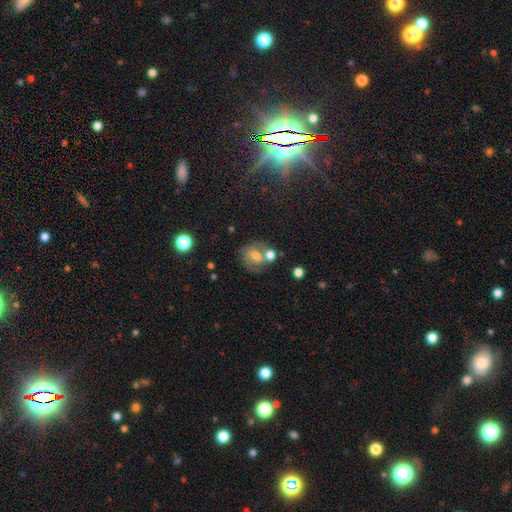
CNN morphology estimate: This is possibly a featured or disk galaxy (49%). Merging: marginally none (41%).